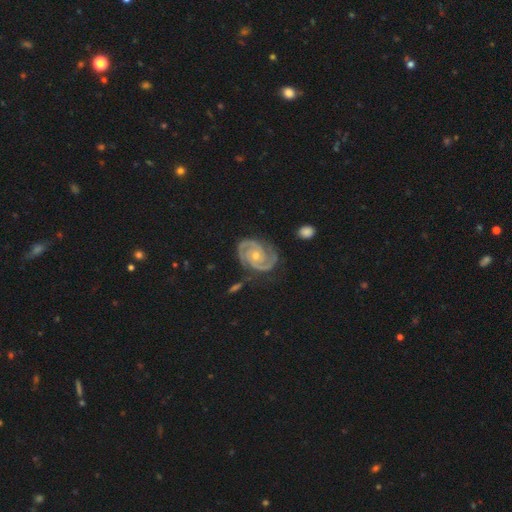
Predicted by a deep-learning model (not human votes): A featured or disk galaxy (92%) with no bar (71%), 2 (89%) tight (61%) spiral arms (99%) and a small central bulge (55%).

Vote fractions:
- Smooth or featured? featured or disk: 92% / star or artifact: 5% / smooth: 3%
- Edge-on disk? no: 98% / yes: 2%
- Bar? no: 71% / weak: 22% / strong: 8%
- Spiral arms? yes: 99% / no: 1%
- Spiral winding? tight: 61% / medium: 35% / loose: 5%
- Spiral arm count? 2: 89% / 3: 5% / can't tell: 2% / 1: 1% / 4: 1% / more than 4: 1%
- Bulge size? small: 55% / moderate: 42% / large: 1% / none: 1% / dominant: 1%
- Merging? none: 78% / minor disturbance: 15% / major disturbance: 4% / merger: 3%